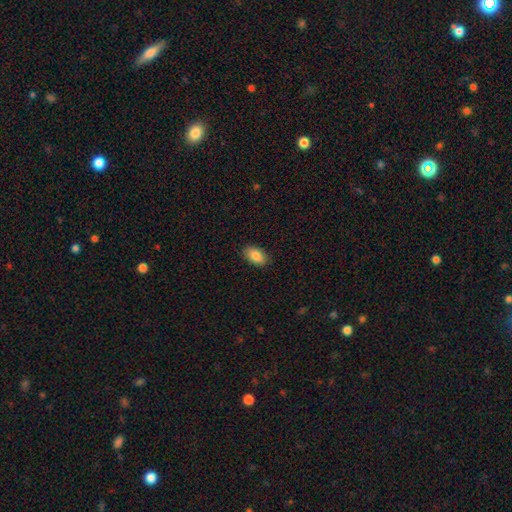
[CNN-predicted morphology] This is clearly a smooth galaxy (87%). How rounded: clearly in between (93%). Merging: clearly none (87%).